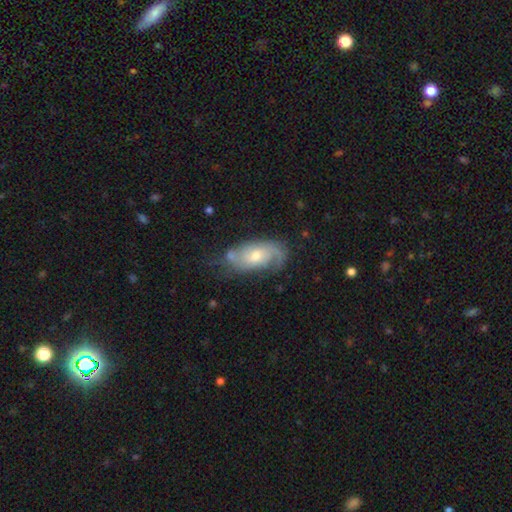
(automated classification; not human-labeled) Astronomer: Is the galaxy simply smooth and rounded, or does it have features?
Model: featured or disk — 71%.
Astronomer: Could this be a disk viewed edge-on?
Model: no — 93%.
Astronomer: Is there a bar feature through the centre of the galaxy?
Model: no — 66%.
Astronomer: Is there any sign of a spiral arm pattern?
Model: yes — 90%.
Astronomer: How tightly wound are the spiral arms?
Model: medium — 42% (runner-up: tight, 35%).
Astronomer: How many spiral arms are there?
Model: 2 — 57%.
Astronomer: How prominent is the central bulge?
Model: moderate — 57% (runner-up: small, 37%).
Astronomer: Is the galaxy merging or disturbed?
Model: none — 59%.